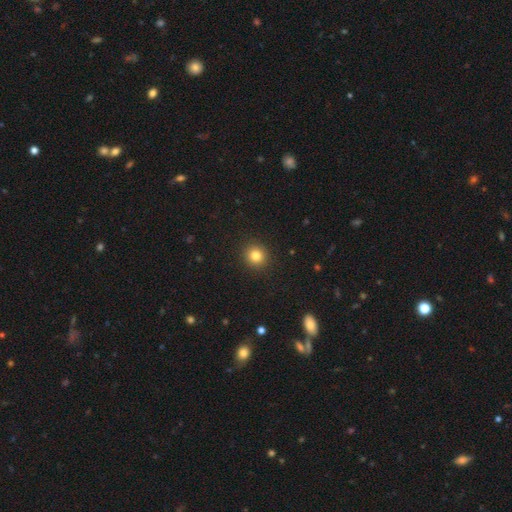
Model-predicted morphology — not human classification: type=smooth (83%); roundness=round (91%); merging=none (92%).